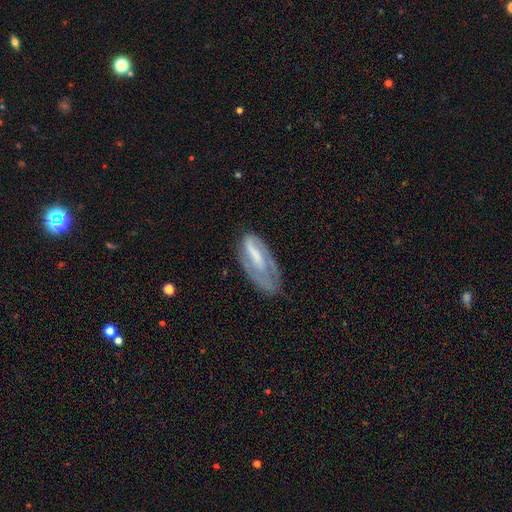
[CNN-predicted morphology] featured or disk 55%, smooth 38%, star or artifact 7%. Down the decision tree: edge-on disk — no (90%); merging — none (43%).